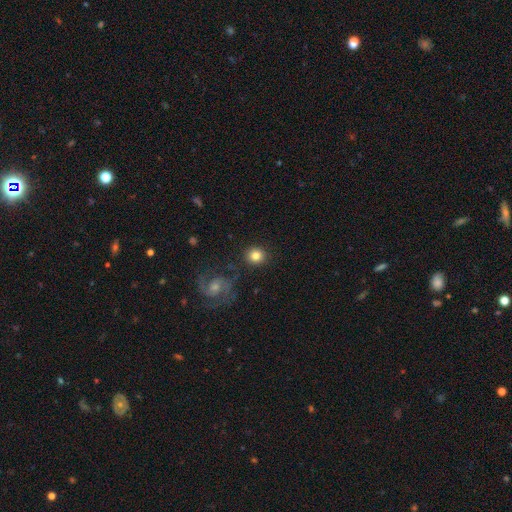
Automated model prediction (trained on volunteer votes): Q: Smooth or featured?
A: smooth (81%); runner-up: featured or disk (10%)
Q: How rounded?
A: round (90%); runner-up: in between (9%)
Q: Merging?
A: none (86%); runner-up: minor disturbance (7%)